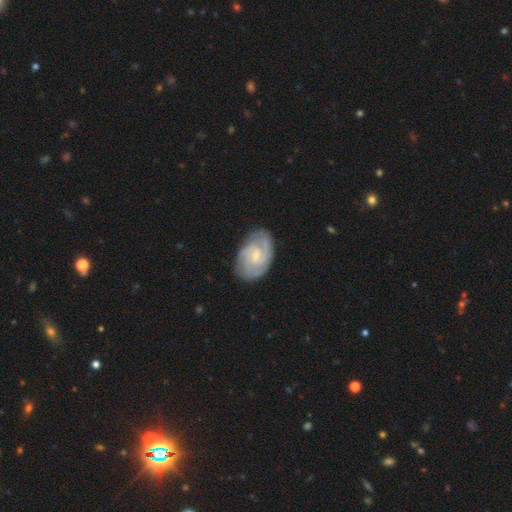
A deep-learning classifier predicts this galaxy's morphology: Smooth or featured: featured or disk — 82% (smooth — 13%)
Edge-on disk: no — 97% (yes — 3%)
Bar: weak — 47% (no — 46%)
Spiral arms: yes — 96% (no — 4%)
Spiral winding: tight — 59% (medium — 35%)
Spiral arm count: 2 — 42% (can't tell — 23%)
Bulge size: small — 63% (moderate — 30%)
Merging: none — 78% (minor disturbance — 17%)